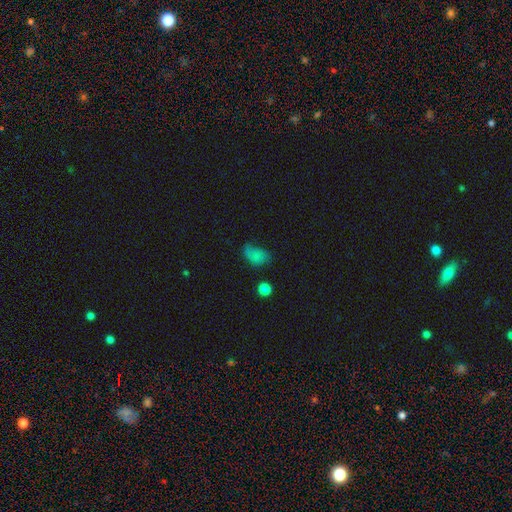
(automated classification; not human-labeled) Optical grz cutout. It shows a smooth galaxy with no disk features (70%) that is in between round and cigar-shaped (81%). Merging: none (41%).